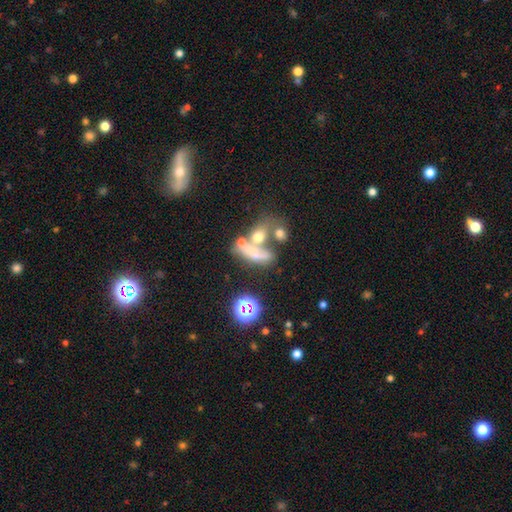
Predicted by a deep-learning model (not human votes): Overall: smooth (49%; featured or disk 30%). Merging: merger (46%; none 26%).